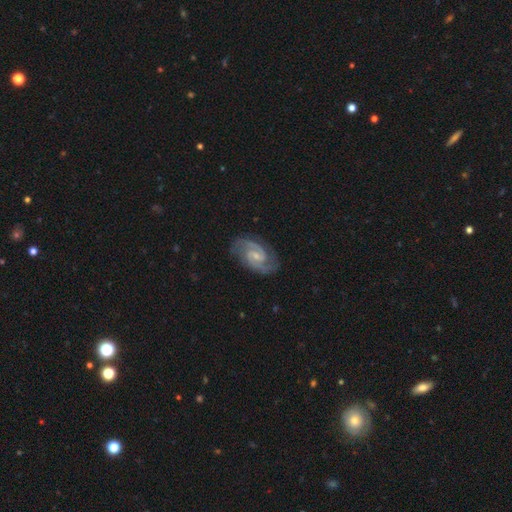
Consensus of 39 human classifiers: A featured or disk galaxy (95%) with a weak bar (49%), 2 (97%) medium (66%) spiral arms (100%) and a small central bulge (60%).

Vote fractions:
- Smooth or featured? featured or disk: 95% / star or artifact: 5% / smooth: 0%
- Edge-on disk? no: 95% / yes: 5%
- Bar? weak: 49% / no: 37% / strong: 14%
- Spiral arms? yes: 100% / no: 0%
- Spiral winding? medium: 66% / tight: 31% / loose: 3%
- Spiral arm count? 2: 97% / more than 4: 3% / 1: 0% / 3: 0% / 4: 0% / can't tell: 0%
- Bulge size? small: 60% / moderate: 31% / none: 9% / dominant: 0% / large: 0%
- Merging? none: 89% / minor disturbance: 5% / major disturbance: 5% / merger: 0%